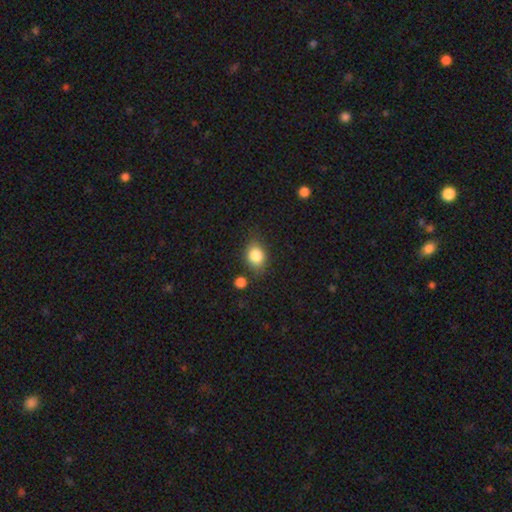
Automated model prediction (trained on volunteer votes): A smooth galaxy with no disk features (83%) that is in between round and cigar-shaped (59%).

Vote fractions:
- Smooth or featured? smooth: 83% / star or artifact: 10% / featured or disk: 8%
- How rounded? in between: 59% / round: 40% / cigar-shaped: 1%
- Merging? none: 76% / minor disturbance: 15% / merger: 5% / major disturbance: 4%